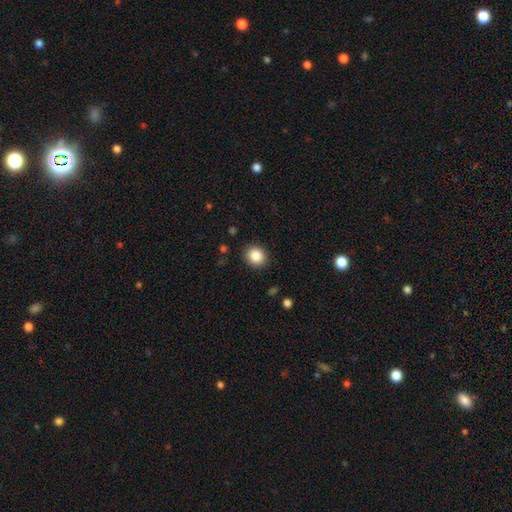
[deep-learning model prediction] smooth-or-featured: smooth: 86% | star or artifact: 9% | featured or disk: 5%
  how-rounded: round: 79% | in between: 20% | cigar-shaped: 1%
  merging: none: 90% | minor disturbance: 7% | major disturbance: 2% | merger: 1%